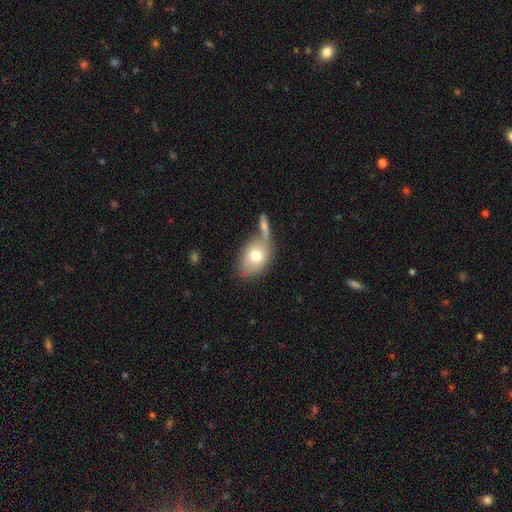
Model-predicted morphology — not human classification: smooth 72%, featured or disk 21%, star or artifact 7%. Down the decision tree: how rounded — in between (81%); merging — none (47%).